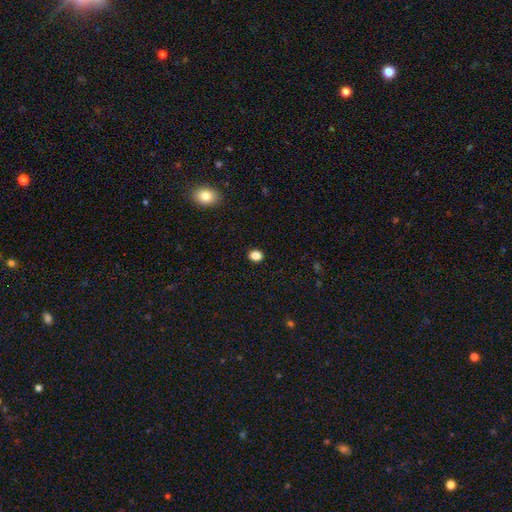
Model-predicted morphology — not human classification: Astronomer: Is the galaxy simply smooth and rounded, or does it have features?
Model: smooth — 85%.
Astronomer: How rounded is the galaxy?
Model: round — 53% (runner-up: in between, 46%).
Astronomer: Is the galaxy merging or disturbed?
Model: none — 91%.